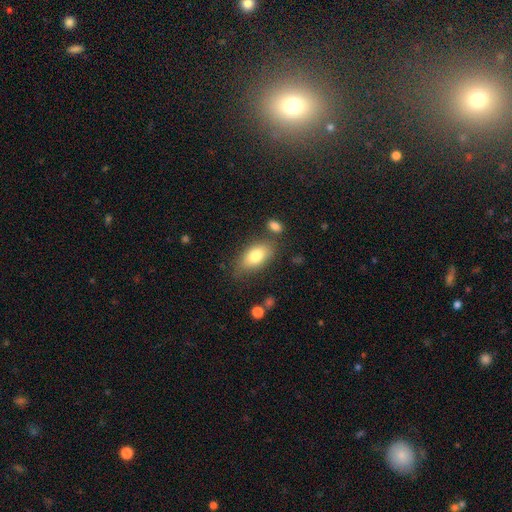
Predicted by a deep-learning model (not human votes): Morphology: type=smooth (78%); roundness=in between (89%); merging=none (70%).